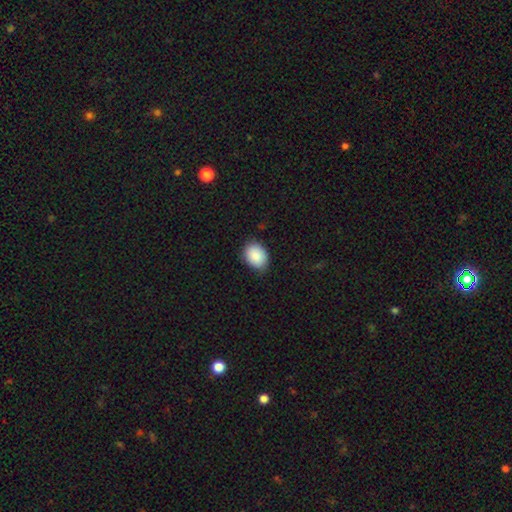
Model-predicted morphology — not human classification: smooth_or_featured: smooth (p=0.88) [alt: star or artifact p=0.07]
how_rounded: in between (p=0.69) [alt: round p=0.30]
merging: none (p=0.80) [alt: minor disturbance p=0.17]